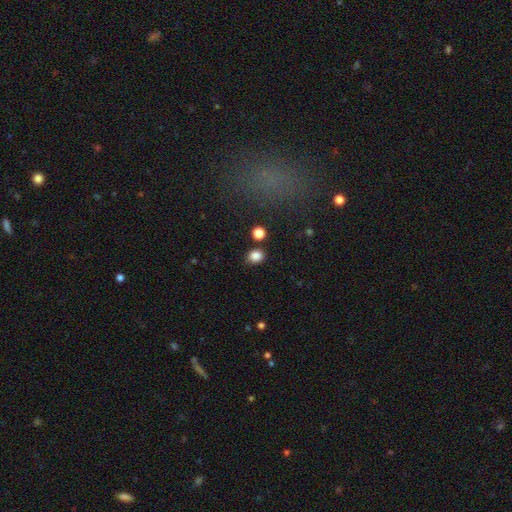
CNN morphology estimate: A smooth galaxy with no disk features (85%) that is round (55%).

Vote fractions:
- Smooth or featured? smooth: 85% / star or artifact: 11% / featured or disk: 4%
- How rounded? round: 55% / in between: 44% / cigar-shaped: 1%
- Merging? none: 81% / minor disturbance: 10% / merger: 6% / major disturbance: 3%